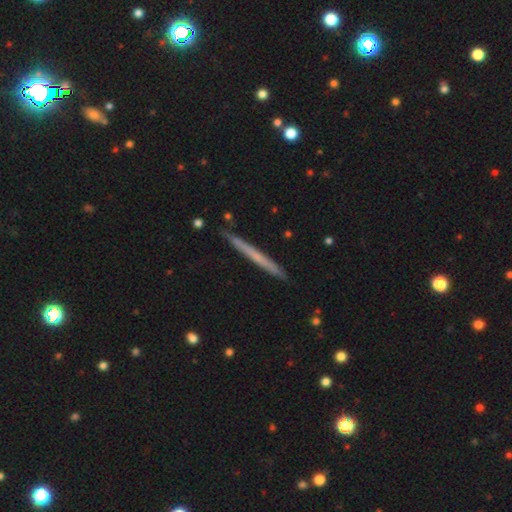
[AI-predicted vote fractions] smooth_or_featured: smooth (p=0.48) [alt: featured or disk p=0.47]
merging: none (p=0.90) [alt: minor disturbance p=0.07]